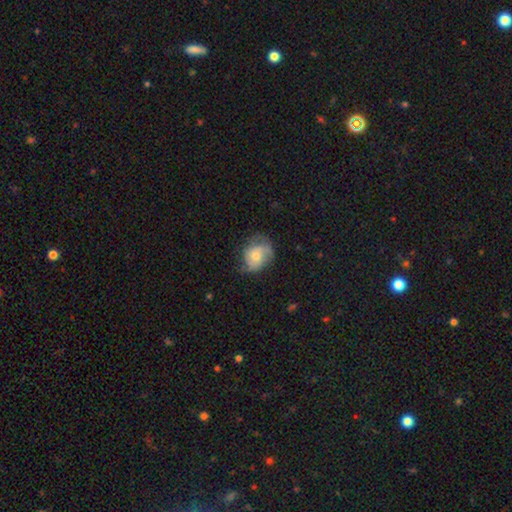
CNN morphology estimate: Smooth or featured? smooth (46%, tied with featured or disk)
Merging? none (51%)